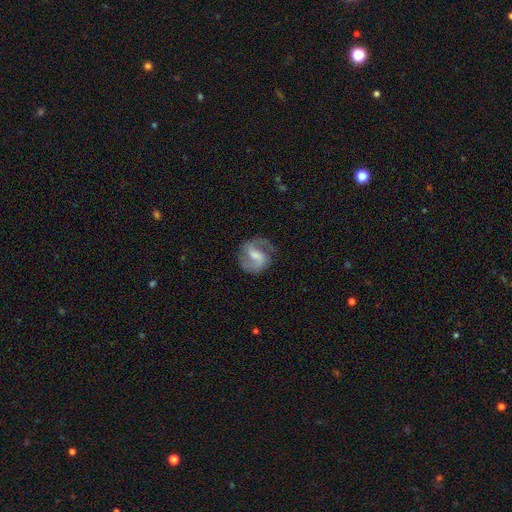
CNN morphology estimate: The model was most divided on "bulge size": moderate: 38%, small: 31%, none: 19%, large: 10%, dominant: 1%. More confident: edge-on disk — no (98%); spiral arms — yes (95%); spiral arm count — 2 (89%); smooth or featured — featured or disk (82%); merging — none (76%); spiral winding — medium (56%); bar — weak (53%).